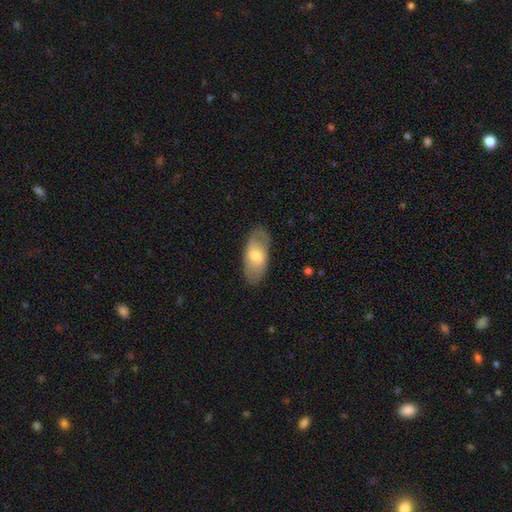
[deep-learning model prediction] Smooth or featured?
  - smooth: 59% *
  - featured or disk: 35%
  - star or artifact: 6%
How rounded?
  - in between: 91% *
  - cigar-shaped: 6%
  - round: 3%
Merging?
  - none: 80% *
  - minor disturbance: 14%
  - major disturbance: 4%
  - merger: 1%